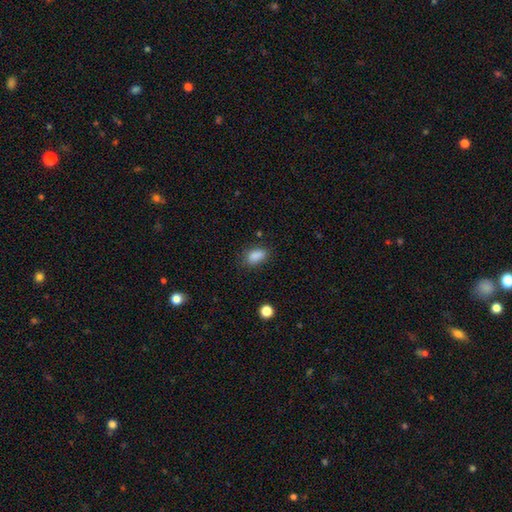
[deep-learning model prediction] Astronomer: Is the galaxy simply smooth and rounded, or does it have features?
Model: smooth — 86%.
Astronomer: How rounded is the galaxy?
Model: in between — 87%.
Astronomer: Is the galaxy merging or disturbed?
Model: none — 72%.